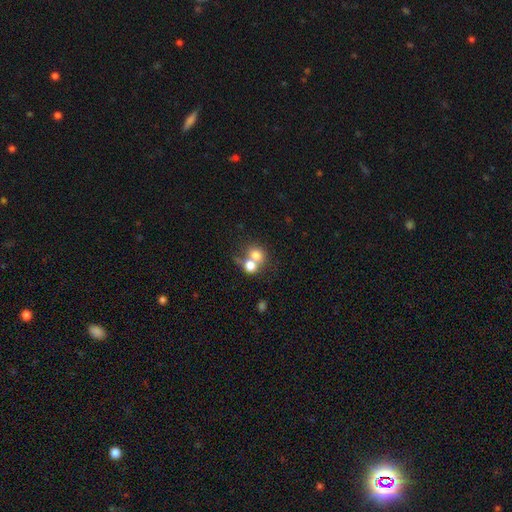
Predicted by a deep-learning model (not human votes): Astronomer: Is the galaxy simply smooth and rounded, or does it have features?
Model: smooth — 72%.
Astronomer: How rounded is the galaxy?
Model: round — 73%.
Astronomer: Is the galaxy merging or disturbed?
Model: merger — 64%.